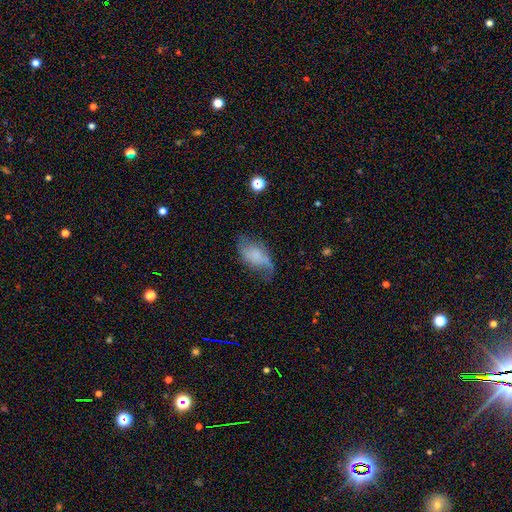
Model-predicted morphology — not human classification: Smooth or featured? Predicted: smooth (p=0.46). Merging? Predicted: none (p=0.40).